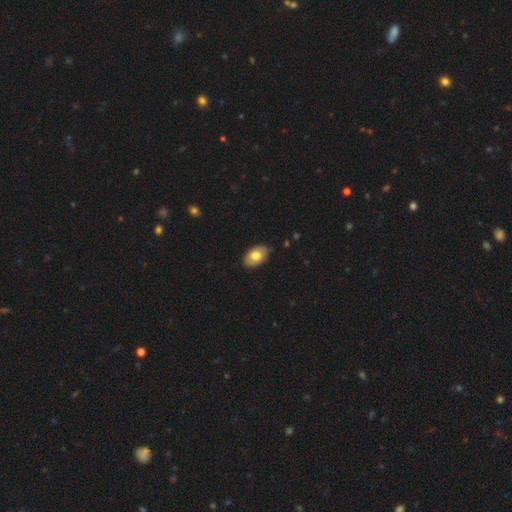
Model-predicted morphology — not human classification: Smooth or featured: smooth — 75% (featured or disk — 18%)
How rounded: in between — 91% (round — 8%)
Merging: none — 84% (minor disturbance — 13%)